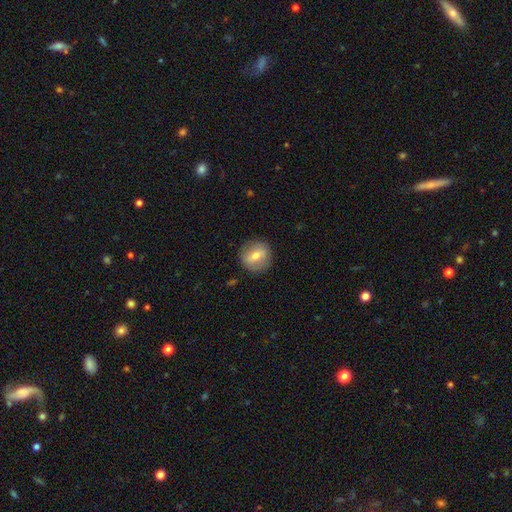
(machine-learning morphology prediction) Q: Smooth or featured?
A: smooth (56%); runner-up: featured or disk (36%)
Q: How rounded?
A: round (85%); runner-up: in between (14%)
Q: Merging?
A: none (85%); runner-up: minor disturbance (10%)